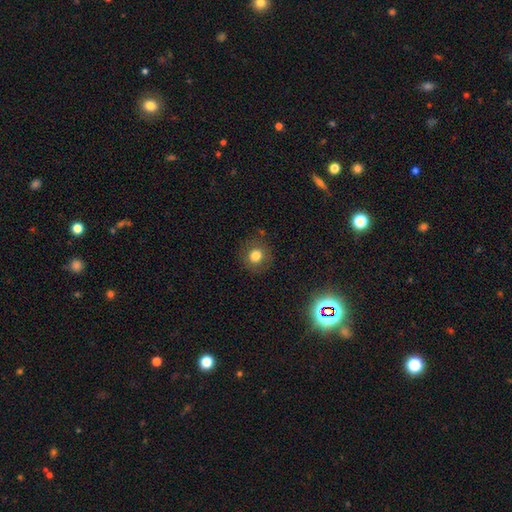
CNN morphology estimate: Smooth or featured?
  - smooth: 77% *
  - star or artifact: 12%
  - featured or disk: 11%
How rounded?
  - round: 90% *
  - in between: 9%
  - cigar-shaped: 1%
Merging?
  - none: 85% *
  - minor disturbance: 10%
  - major disturbance: 4%
  - merger: 2%